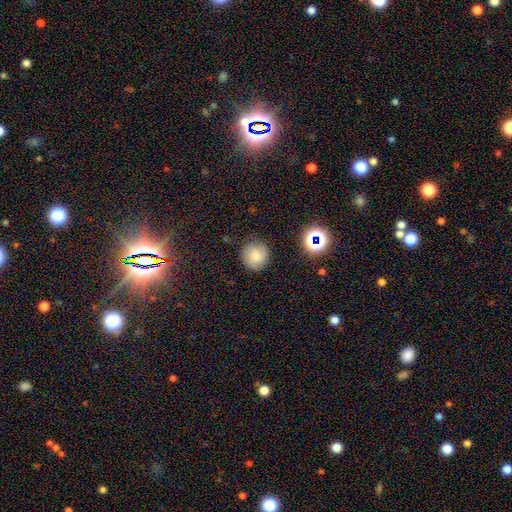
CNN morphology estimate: This appears to be a smooth galaxy with no disk features (64%) that is round (90%). Merging: none (82%).